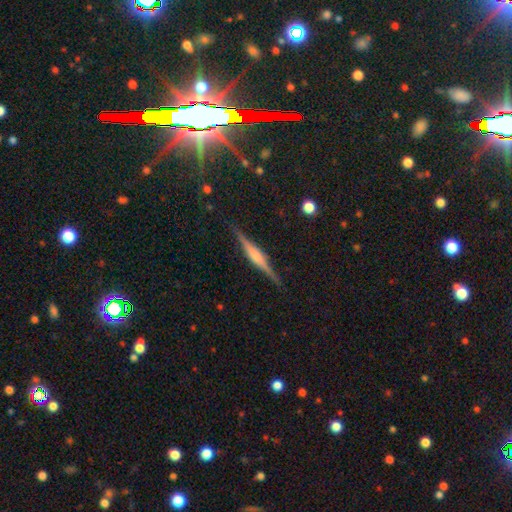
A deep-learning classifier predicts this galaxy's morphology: The model was most divided on "edge-on bulge": rounded: 53%, boxy: 37%, none: 10%. More confident: edge-on disk — yes (98%); merging — none (88%); smooth or featured — featured or disk (75%).